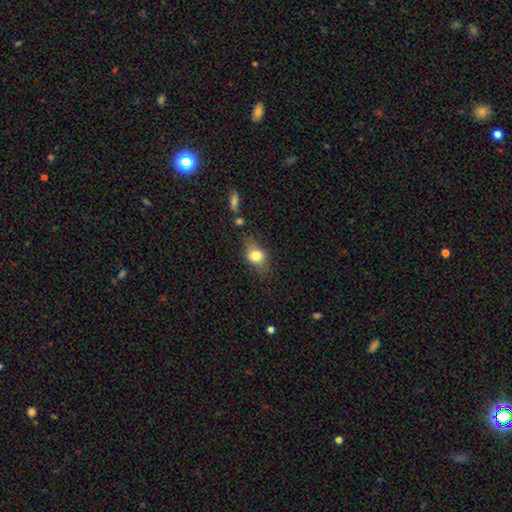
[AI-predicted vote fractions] A smooth galaxy with no disk features (72%) that is in between round and cigar-shaped (63%). Merging: none (64%).